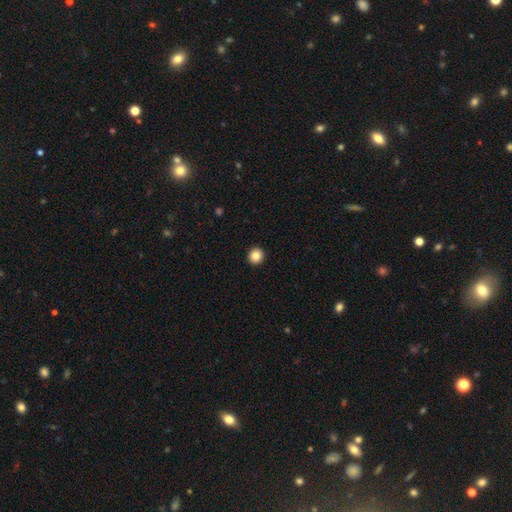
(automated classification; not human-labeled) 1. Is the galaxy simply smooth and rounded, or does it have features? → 85% smooth, 10% star or artifact, 5% featured or disk.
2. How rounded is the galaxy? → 94% round, 5% in between, 1% cigar-shaped.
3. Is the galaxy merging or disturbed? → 94% none, 4% minor disturbance, 1% major disturbance, 1% merger.